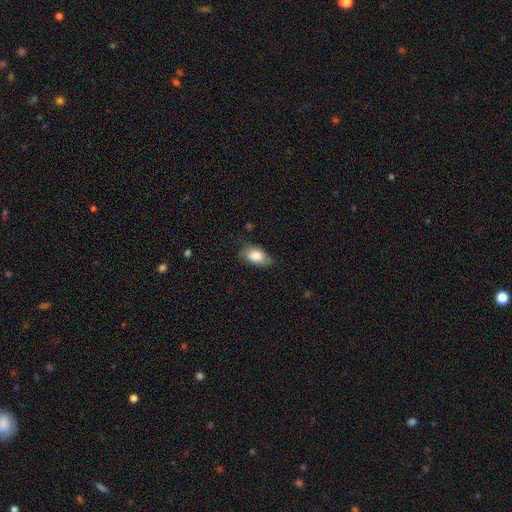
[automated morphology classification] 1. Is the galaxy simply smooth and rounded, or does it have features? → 83% smooth, 11% featured or disk, 7% star or artifact.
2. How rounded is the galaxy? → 90% in between, 7% round, 2% cigar-shaped.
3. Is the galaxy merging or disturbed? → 66% none, 26% minor disturbance, 6% major disturbance, 1% merger.